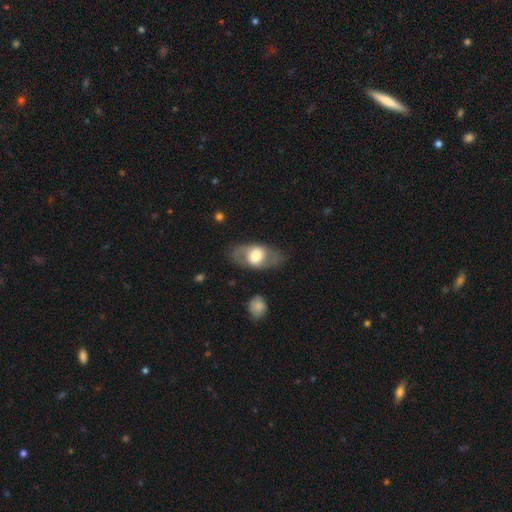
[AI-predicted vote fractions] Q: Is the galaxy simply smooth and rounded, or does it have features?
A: smooth — 48%.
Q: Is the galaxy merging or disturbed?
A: none — 73%.